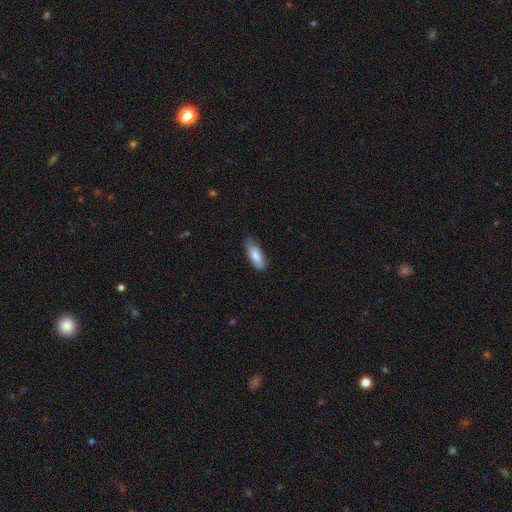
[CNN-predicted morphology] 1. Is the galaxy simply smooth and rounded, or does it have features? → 84% smooth, 10% featured or disk, 6% star or artifact.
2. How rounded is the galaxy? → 67% in between, 32% cigar-shaped, 2% round.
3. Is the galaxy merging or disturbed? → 71% none, 24% minor disturbance, 4% major disturbance, 1% merger.